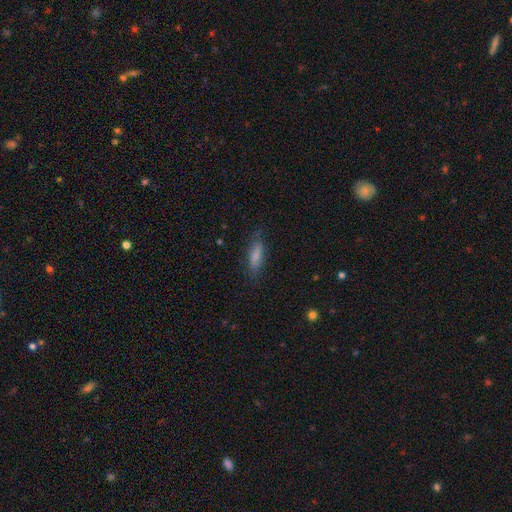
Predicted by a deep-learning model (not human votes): Smooth or featured? Predicted: smooth (p=0.77). How rounded? Predicted: cigar-shaped (p=0.54). Merging? Predicted: none (p=0.78).